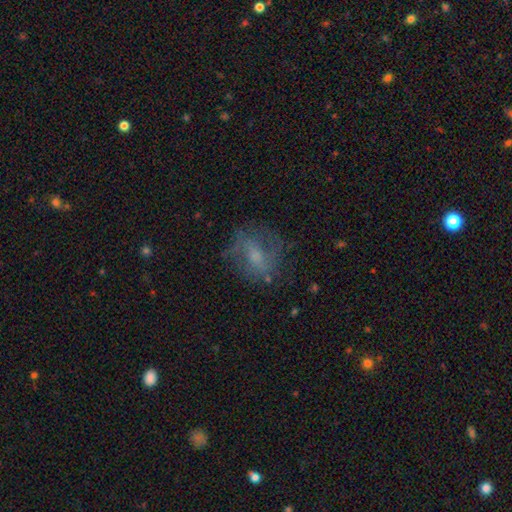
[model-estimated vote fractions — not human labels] Q: Smooth or featured?
A: featured or disk (55%); runner-up: smooth (33%)
Q: Edge-on disk?
A: no (94%); runner-up: yes (6%)
Q: Bar?
A: weak (43%); runner-up: no (42%)
Q: Spiral arms?
A: yes (68%); runner-up: no (32%)
Q: Bulge size?
A: moderate (39%); runner-up: small (37%)
Q: Merging?
A: none (65%); runner-up: minor disturbance (19%)